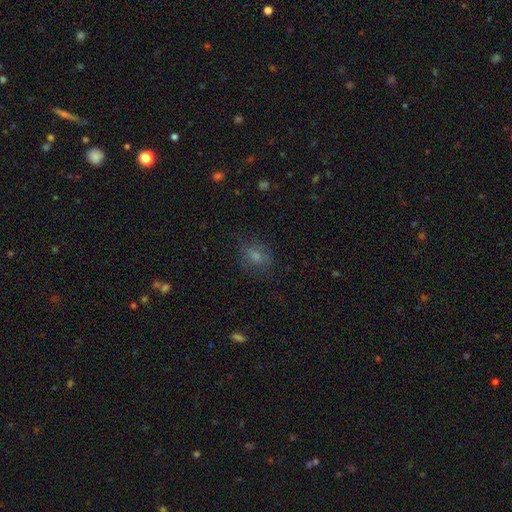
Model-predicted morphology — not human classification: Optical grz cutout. It shows a smooth galaxy with no disk features (72%) that is in between round and cigar-shaped (62%). Merging: none (71%).